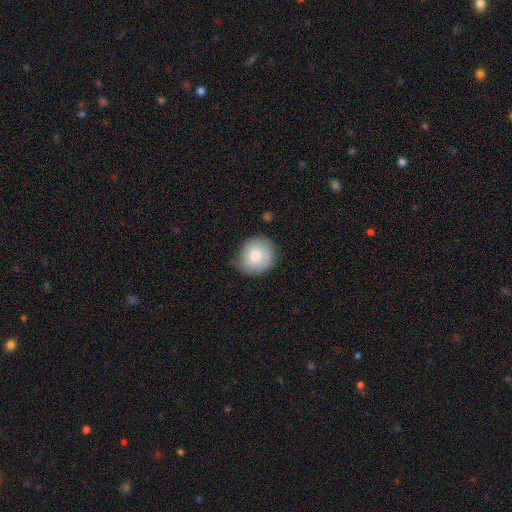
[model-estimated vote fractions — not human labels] Smooth or featured?
  - smooth: 69% *
  - featured or disk: 24%
  - star or artifact: 7%
How rounded?
  - round: 85% *
  - in between: 14%
  - cigar-shaped: 1%
Merging?
  - none: 72% *
  - minor disturbance: 22%
  - major disturbance: 4%
  - merger: 2%